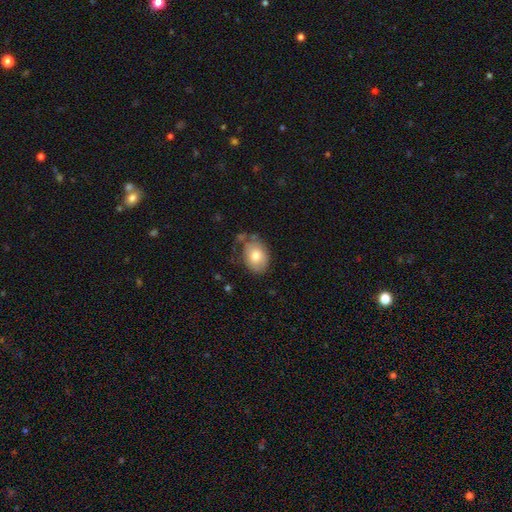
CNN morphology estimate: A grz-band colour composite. It shows a smooth galaxy with no disk features (76%) that is in between round and cigar-shaped (74%). Merging: none (60%).